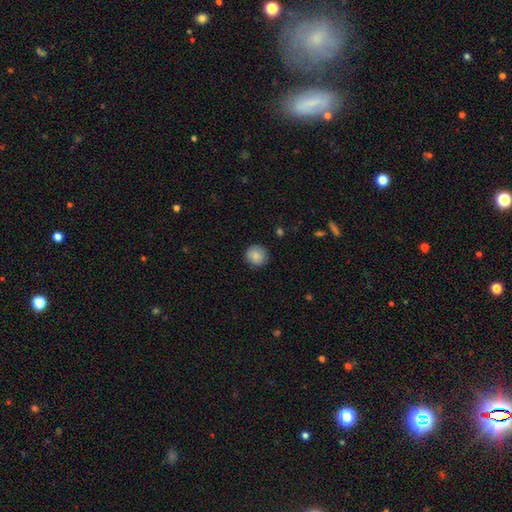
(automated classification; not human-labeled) smooth_or_featured: smooth (p=0.87) [alt: star or artifact p=0.08]
how_rounded: round (p=0.92) [alt: in between p=0.07]
merging: none (p=0.88) [alt: minor disturbance p=0.09]